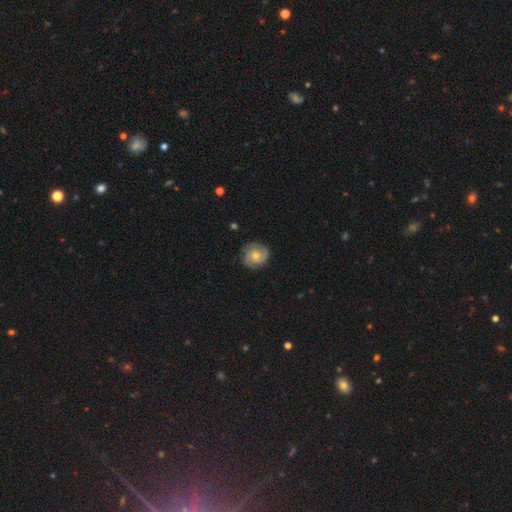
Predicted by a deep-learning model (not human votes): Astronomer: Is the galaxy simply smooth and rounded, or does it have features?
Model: featured or disk — 67%.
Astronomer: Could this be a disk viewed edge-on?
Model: no — 98%.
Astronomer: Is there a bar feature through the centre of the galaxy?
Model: no — 75%.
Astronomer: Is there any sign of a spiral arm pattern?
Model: yes — 93%.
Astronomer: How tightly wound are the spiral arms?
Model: tight — 59%.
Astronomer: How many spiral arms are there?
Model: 2 — 34%, tied with 3 at 34%.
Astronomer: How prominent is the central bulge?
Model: moderate — 55% (runner-up: small, 40%).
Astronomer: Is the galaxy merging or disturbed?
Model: none — 82%.